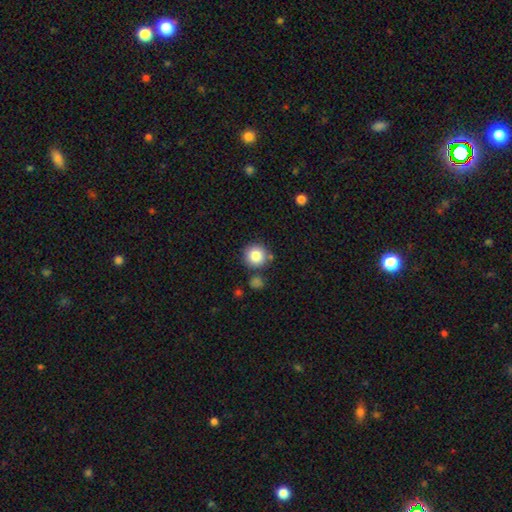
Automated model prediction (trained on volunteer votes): Smooth or featured? Predicted: smooth (p=0.84). How rounded? Predicted: round (p=0.93). Merging? Predicted: none (p=0.79).